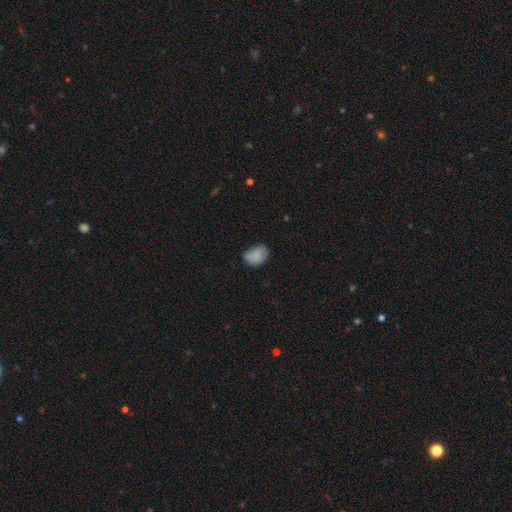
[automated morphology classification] Smooth or featured: smooth — 84% (star or artifact — 9%)
How rounded: in between — 68% (round — 31%)
Merging: none — 59% (minor disturbance — 33%)